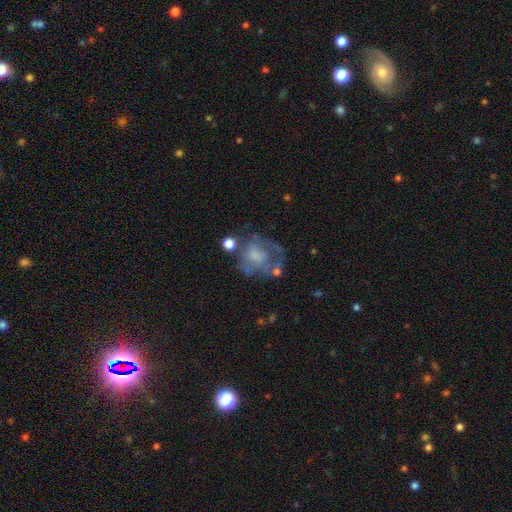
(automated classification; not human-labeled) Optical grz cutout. It shows a featured or disk galaxy (53%) with no bar (80%), no spiral arms (65%) and no central bulge (36%). Merging: none (38%).